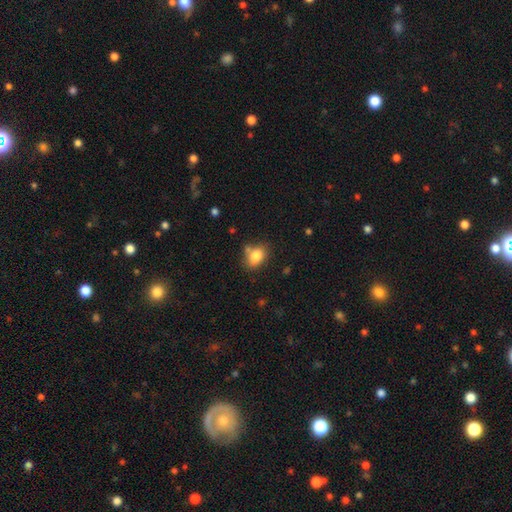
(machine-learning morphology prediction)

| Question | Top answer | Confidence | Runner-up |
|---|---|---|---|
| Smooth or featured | smooth | 83% | star or artifact (9%) |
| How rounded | in between | 73% | round (26%) |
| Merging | none | 66% | minor disturbance (18%) |